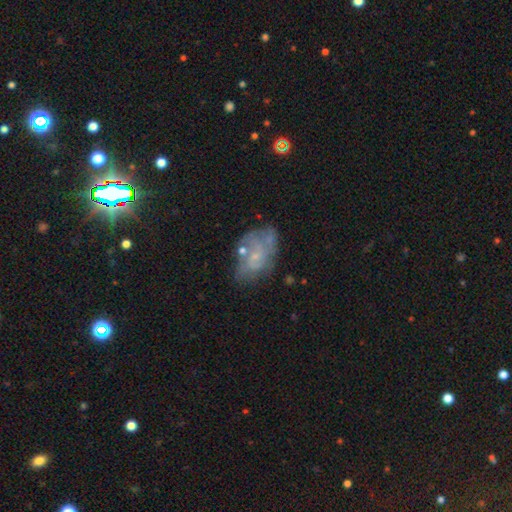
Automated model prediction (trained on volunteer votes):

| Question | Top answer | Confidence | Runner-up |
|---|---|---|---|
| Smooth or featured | featured or disk | 63% | smooth (27%) |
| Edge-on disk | no | 97% | yes (3%) |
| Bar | no | 73% | weak (24%) |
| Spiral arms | yes | 59% | no (41%) |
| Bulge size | small | 67% | none (17%) |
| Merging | none | 47% | minor disturbance (25%) |